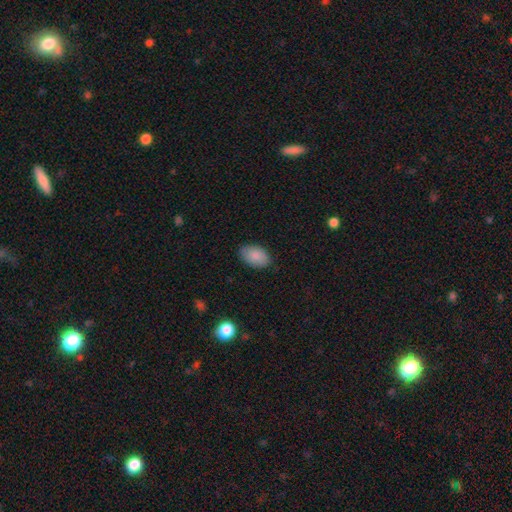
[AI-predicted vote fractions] Smooth or featured: smooth — 88% (star or artifact — 6%)
How rounded: in between — 91% (round — 8%)
Merging: none — 85% (minor disturbance — 11%)